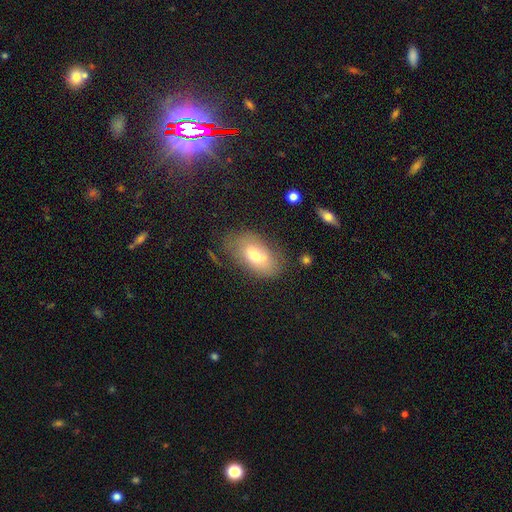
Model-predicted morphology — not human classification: smooth 65%, featured or disk 26%, star or artifact 9%. Down the decision tree: how rounded — in between (91%); merging — none (58%).